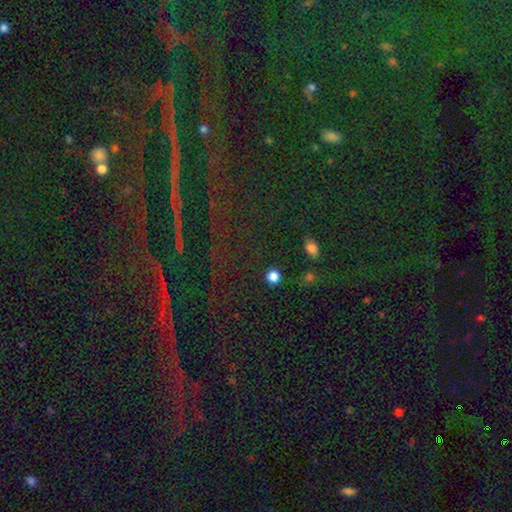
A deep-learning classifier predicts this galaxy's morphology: smooth-or-featured: star or artifact: 82% | smooth: 11% | featured or disk: 8%